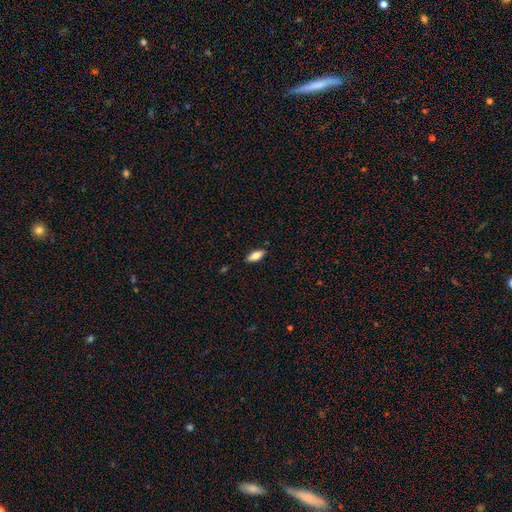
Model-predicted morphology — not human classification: This is likely a smooth galaxy (79%). How rounded: clearly in between (80%). Merging: clearly none (87%).